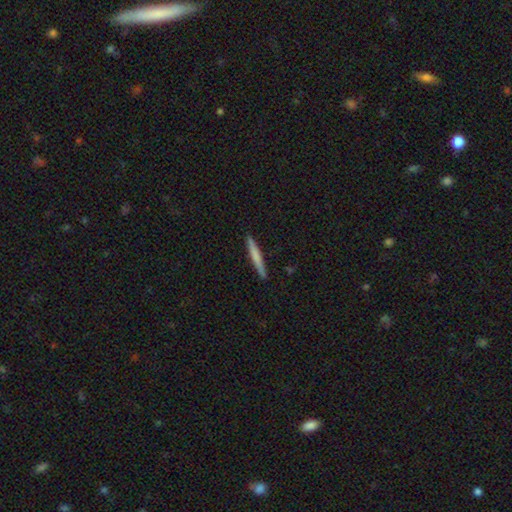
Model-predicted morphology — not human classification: A smooth galaxy with no disk features (65%) that is cigar-shaped (96%). Merging: none (91%).